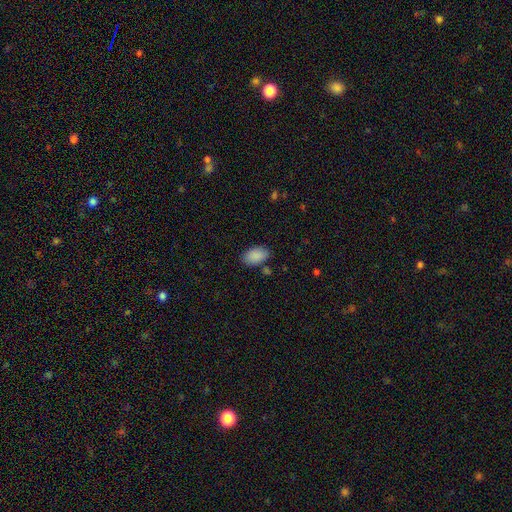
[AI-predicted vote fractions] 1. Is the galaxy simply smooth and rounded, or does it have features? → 89% smooth, 7% star or artifact, 4% featured or disk.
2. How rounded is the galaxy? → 94% in between, 5% round, 1% cigar-shaped.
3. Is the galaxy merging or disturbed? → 81% none, 12% minor disturbance, 4% merger, 3% major disturbance.